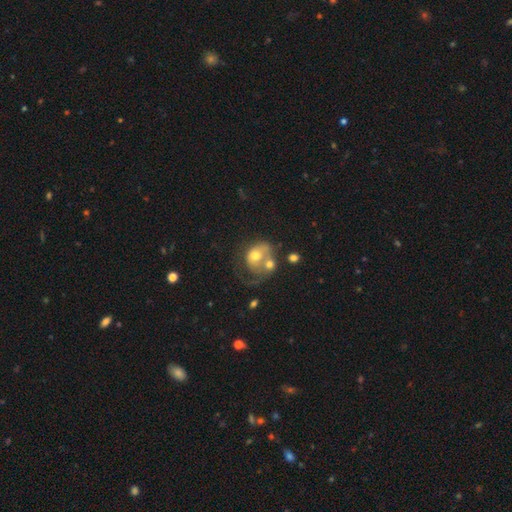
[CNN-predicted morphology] Q: Smooth or featured?
A: smooth (49%); runner-up: featured or disk (43%)
Q: Merging?
A: merger (44%); runner-up: major disturbance (27%)